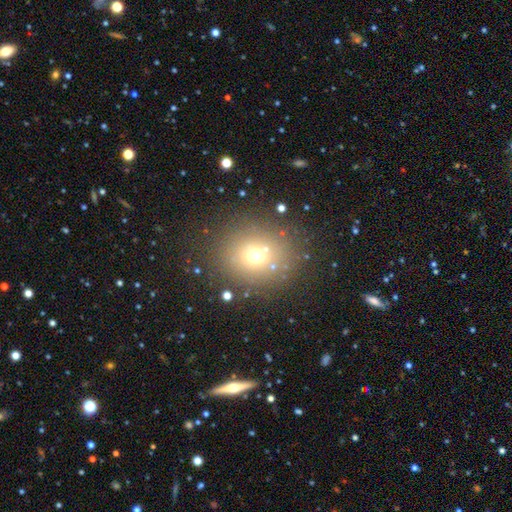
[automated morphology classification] Smooth or featured?
  - smooth: 64% *
  - star or artifact: 24%
  - featured or disk: 12%
How rounded?
  - round: 77% *
  - in between: 22%
  - cigar-shaped: 1%
Merging?
  - none: 80% *
  - minor disturbance: 9%
  - merger: 6%
  - major disturbance: 5%